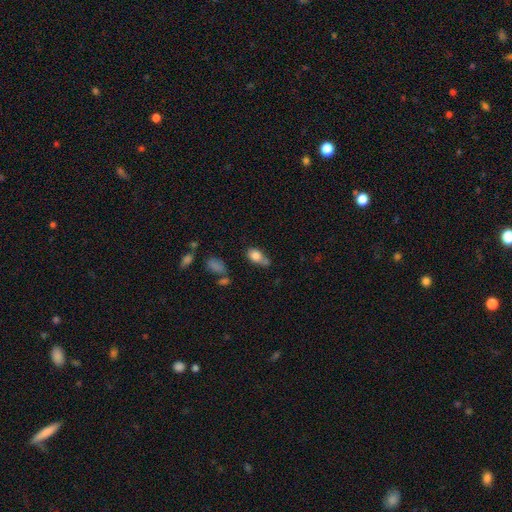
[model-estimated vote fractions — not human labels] Morphology: type=smooth (80%); roundness=in between (77%); merging=none (42%).